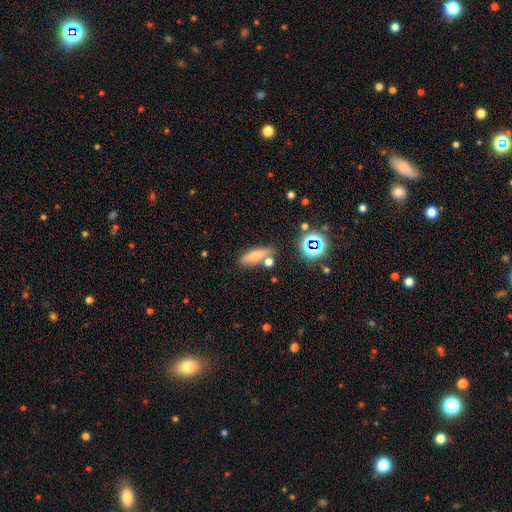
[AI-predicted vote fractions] Smooth or featured? smooth (65%)
How rounded? in between (49%)
Merging? none (66%)